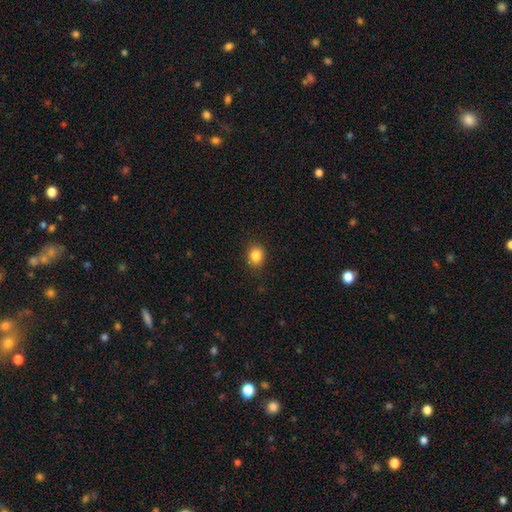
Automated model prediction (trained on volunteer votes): A smooth galaxy with no disk features (85%) that is round (63%). Merging: none (87%).